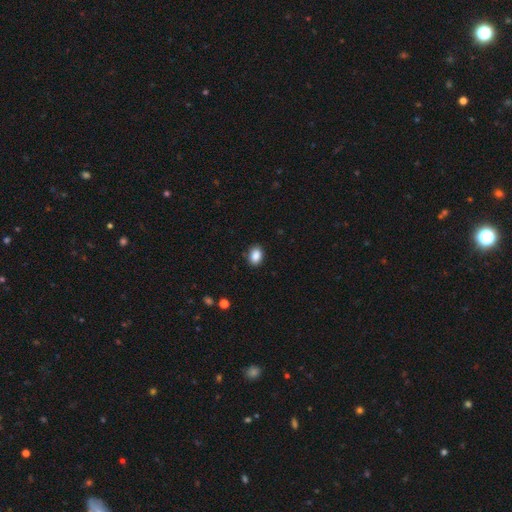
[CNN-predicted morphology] The model was most divided on "how rounded": in between: 78%, round: 21%, cigar-shaped: 1%. More confident: smooth or featured — smooth (88%); merging — none (86%).